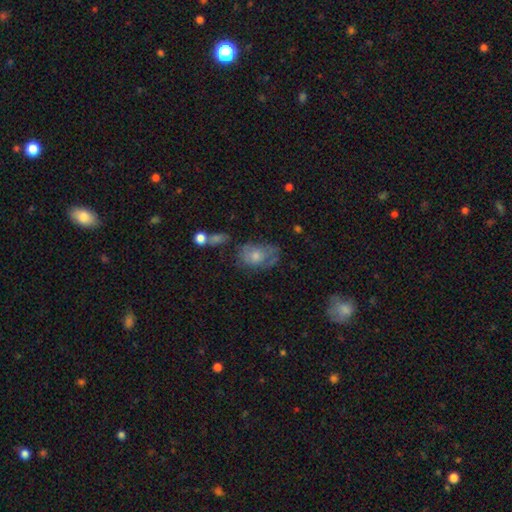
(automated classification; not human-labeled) The model was most divided on "smooth or featured": featured or disk: 48%, smooth: 40%, star or artifact: 12%. More confident: merging — none (52%).